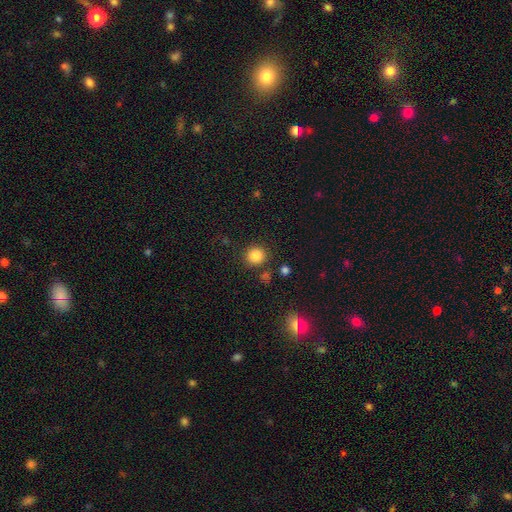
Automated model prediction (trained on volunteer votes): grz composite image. It shows a smooth galaxy with no disk features (85%) that is round (91%). Merging: none (85%).